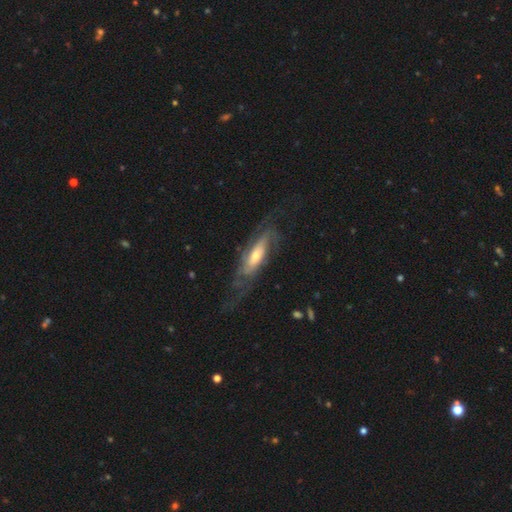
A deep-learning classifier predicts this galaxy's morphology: Q: Smooth or featured?
A: featured or disk (74%); runner-up: smooth (20%)
Q: Edge-on disk?
A: no (78%); runner-up: yes (22%)
Q: Bar?
A: no (57%); runner-up: weak (29%)
Q: Spiral arms?
A: yes (87%); runner-up: no (13%)
Q: Spiral winding?
A: medium (41%); runner-up: tight (34%)
Q: Spiral arm count?
A: 2 (41%); runner-up: can't tell (36%)
Q: Bulge size?
A: moderate (53%); runner-up: small (33%)
Q: Merging?
A: none (57%); runner-up: major disturbance (22%)